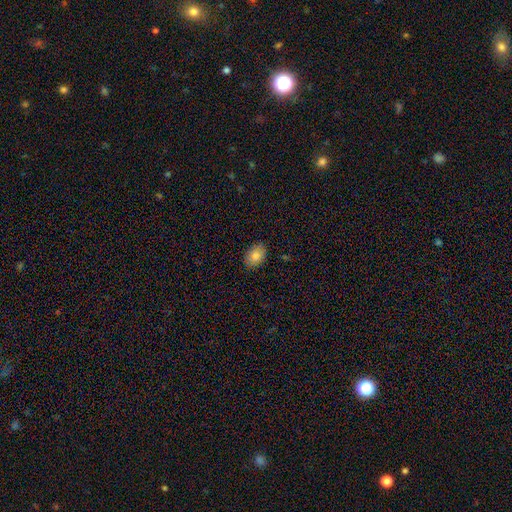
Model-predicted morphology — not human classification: This is clearly a smooth galaxy (82%). How rounded: likely in between (78%). Merging: clearly none (87%).